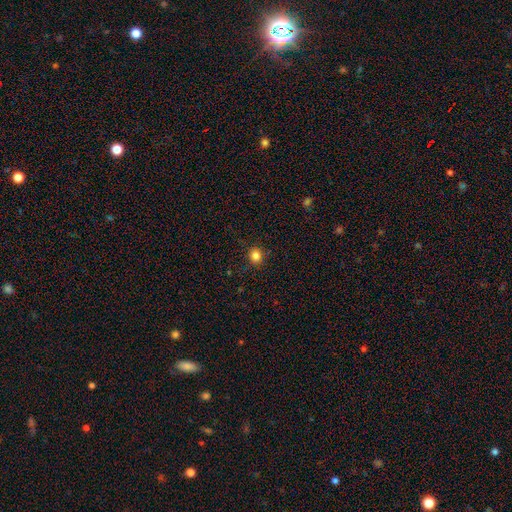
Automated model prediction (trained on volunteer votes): Smooth or featured?
  - smooth: 84% *
  - star or artifact: 12%
  - featured or disk: 4%
How rounded?
  - round: 80% *
  - in between: 19%
  - cigar-shaped: 1%
Merging?
  - none: 88% *
  - minor disturbance: 8%
  - major disturbance: 2%
  - merger: 1%